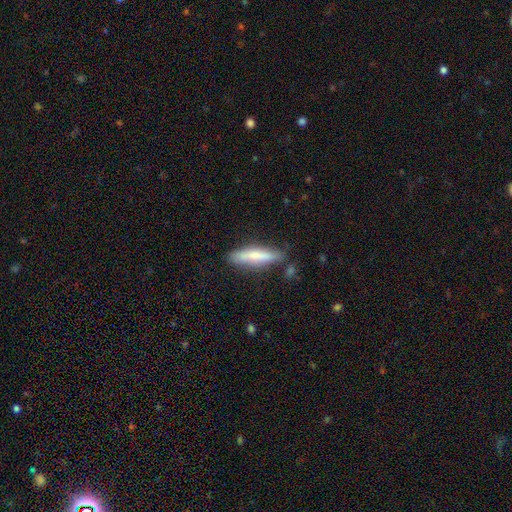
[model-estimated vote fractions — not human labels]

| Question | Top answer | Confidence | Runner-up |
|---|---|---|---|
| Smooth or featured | smooth | 66% | featured or disk (28%) |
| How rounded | cigar-shaped | 83% | in between (16%) |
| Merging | none | 79% | minor disturbance (15%) |